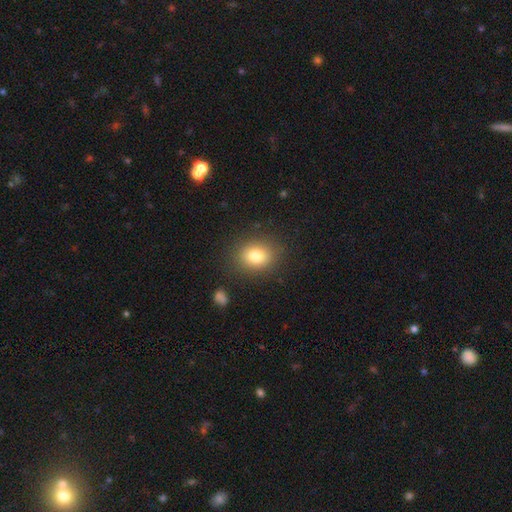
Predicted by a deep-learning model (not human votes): A smooth galaxy with no disk features (80%) that is round (59%). Merging: none (85%).